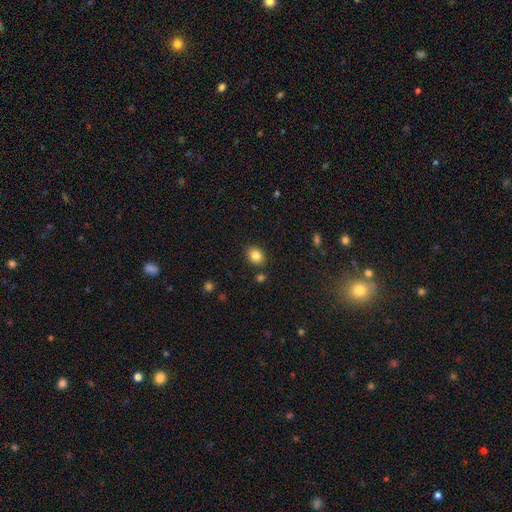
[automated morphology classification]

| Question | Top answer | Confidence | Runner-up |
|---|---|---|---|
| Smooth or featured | smooth | 84% | star or artifact (10%) |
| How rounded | in between | 53% | round (46%) |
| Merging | none | 83% | minor disturbance (11%) |